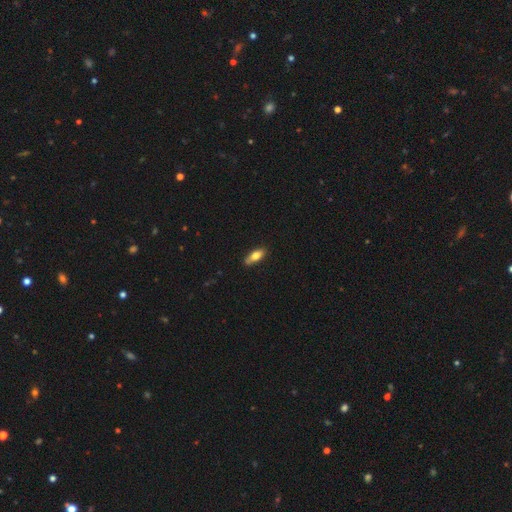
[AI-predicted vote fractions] smooth 72%, featured or disk 21%, star or artifact 7%. Down the decision tree: how rounded — in between (75%); merging — none (77%).